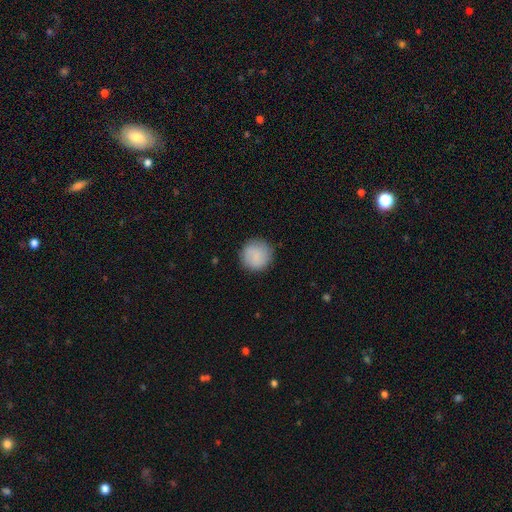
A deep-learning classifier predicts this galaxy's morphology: Q: Smooth or featured?
A: smooth (84%); runner-up: featured or disk (9%)
Q: How rounded?
A: round (95%); runner-up: in between (4%)
Q: Merging?
A: none (88%); runner-up: minor disturbance (9%)